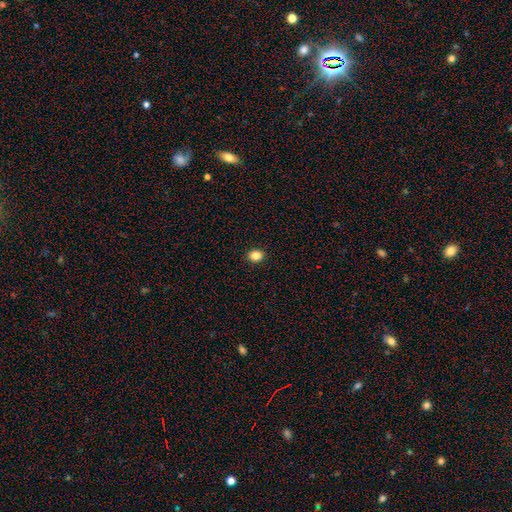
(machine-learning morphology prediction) Smooth or featured? smooth (85%)
How rounded? round (61%)
Merging? none (92%)